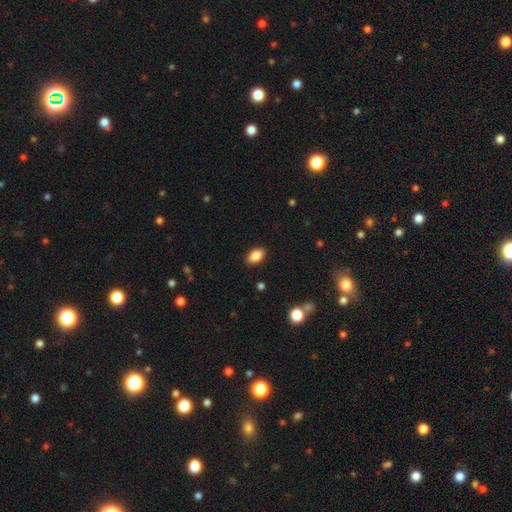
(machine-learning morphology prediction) smooth-or-featured: smooth: 86% | star or artifact: 8% | featured or disk: 6%
  how-rounded: in between: 90% | round: 8% | cigar-shaped: 2%
  merging: none: 89% | minor disturbance: 8% | major disturbance: 2% | merger: 1%